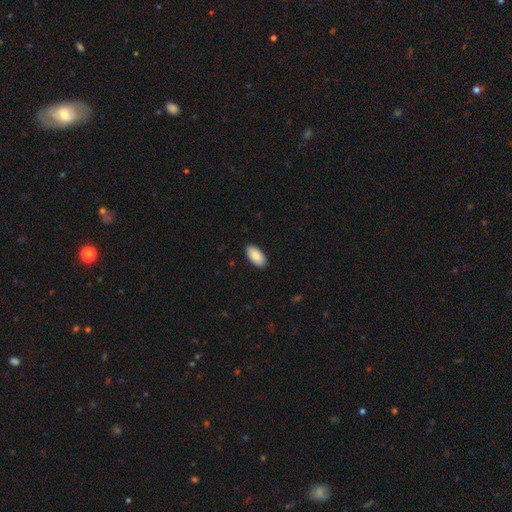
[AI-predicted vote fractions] This appears to be a smooth galaxy with no disk features (87%) that is in between round and cigar-shaped (96%). Merging: none (90%).